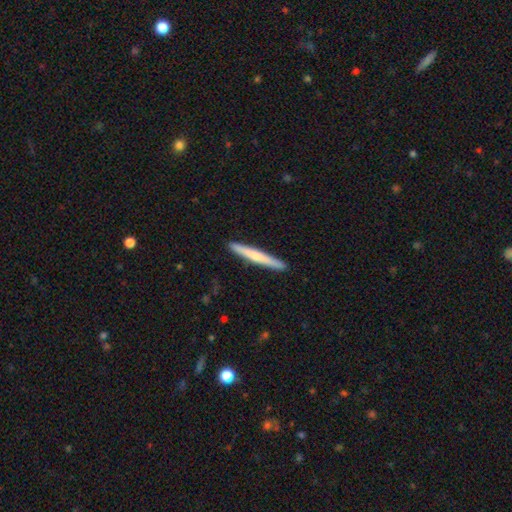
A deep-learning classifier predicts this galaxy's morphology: Smooth or featured: smooth — 55% (featured or disk — 40%)
How rounded: cigar-shaped — 96% (in between — 2%)
Merging: none — 92% (minor disturbance — 6%)